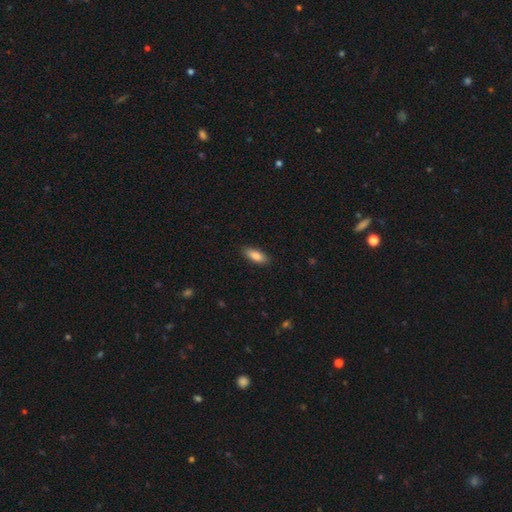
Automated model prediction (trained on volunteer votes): smooth-or-featured: smooth: 85% | featured or disk: 9% | star or artifact: 7%
  how-rounded: in between: 73% | cigar-shaped: 25% | round: 2%
  merging: none: 87% | minor disturbance: 10% | major disturbance: 2% | merger: 1%